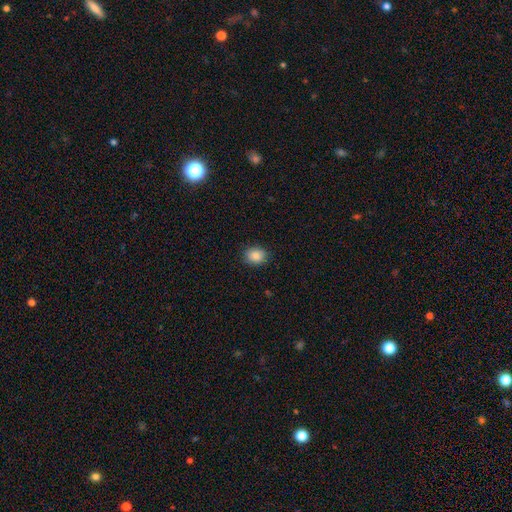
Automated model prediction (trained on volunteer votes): smooth 85%, star or artifact 9%, featured or disk 5%. Down the decision tree: how rounded — round (55%); merging — none (88%).